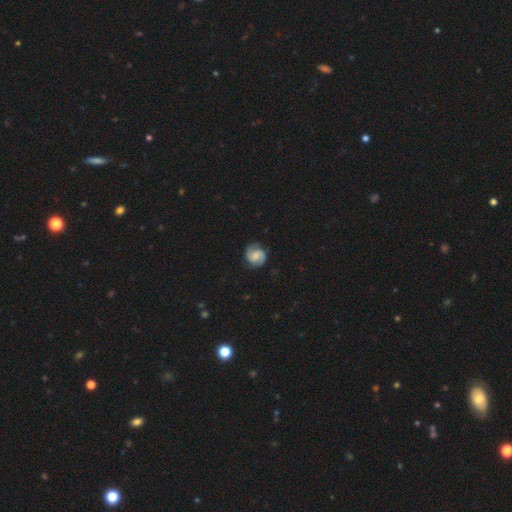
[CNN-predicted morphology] This is likely a featured or disk galaxy (72%). It is clearly not viewed edge-on (98%). Bar: possibly no (49%). Spiral arm pattern: clearly yes (96%). Spiral arm count: clearly 2 (91%). Spiral winding: possibly medium (47%). Central bulge: marginally moderate (37%). Merging: clearly none (83%).